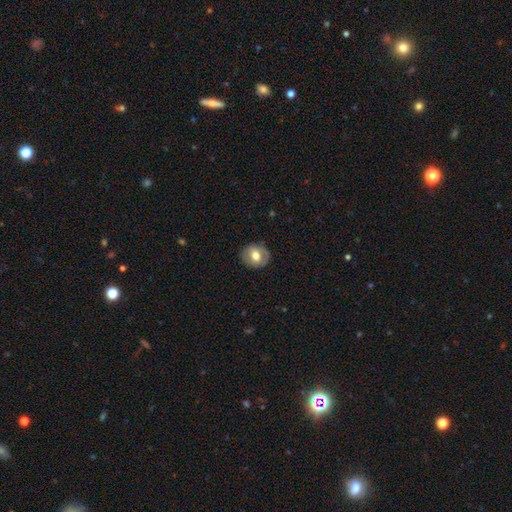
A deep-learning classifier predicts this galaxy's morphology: Overall: smooth (54%; featured or disk 39%). How rounded: round (57%; in between 42%). Merging: none (82%).